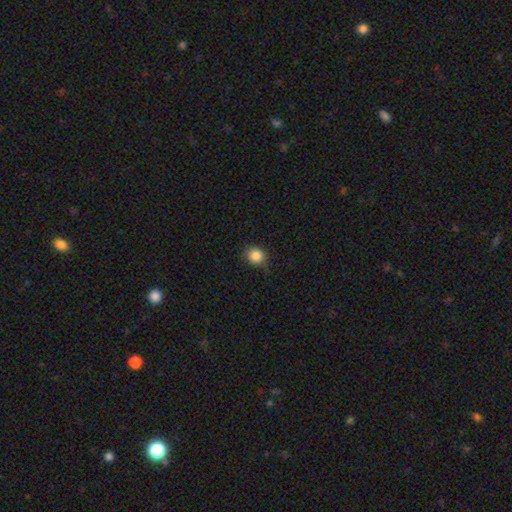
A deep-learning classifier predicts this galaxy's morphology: Smooth or featured? smooth (86%)
How rounded? round (75%)
Merging? none (80%)